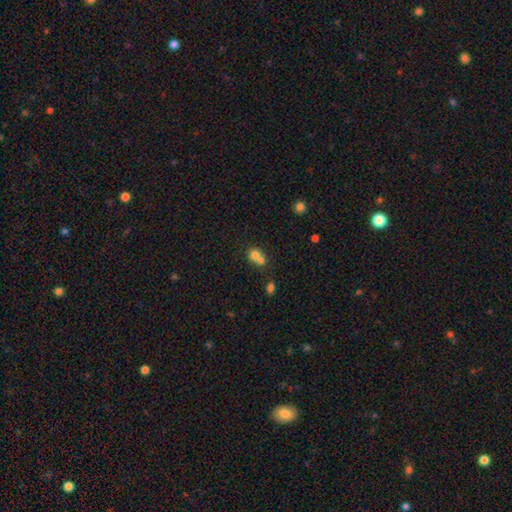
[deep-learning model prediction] A smooth galaxy with no disk features (73%) that is round (75%). Merging: merger (61%).